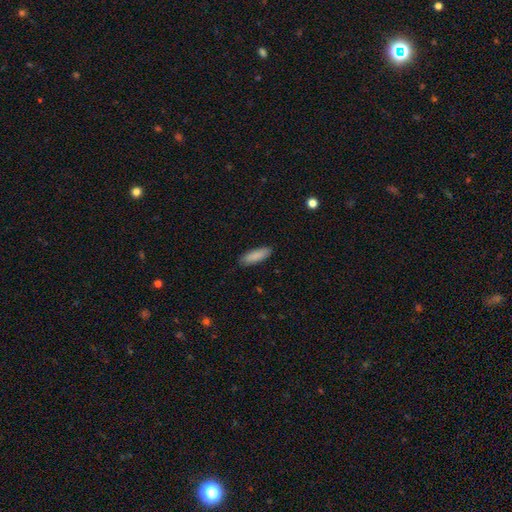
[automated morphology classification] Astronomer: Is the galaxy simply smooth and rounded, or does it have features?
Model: smooth — 89%.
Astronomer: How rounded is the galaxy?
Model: in between — 54% (runner-up: cigar-shaped, 45%).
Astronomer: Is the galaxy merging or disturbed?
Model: none — 87%.